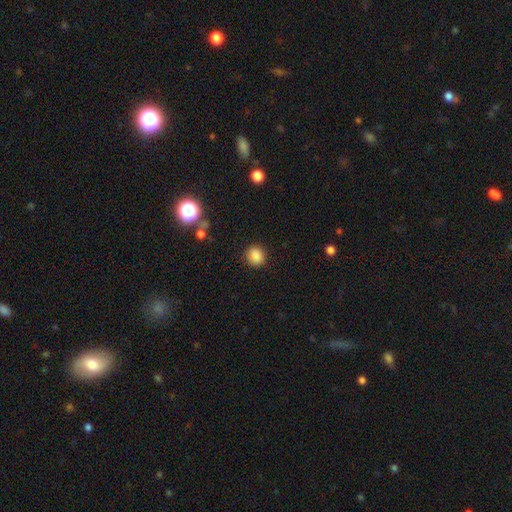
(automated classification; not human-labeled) A smooth galaxy with no disk features (85%) that is round (83%). Merging: none (88%).